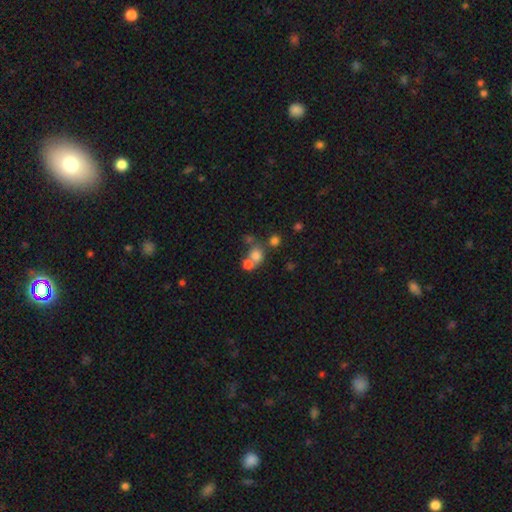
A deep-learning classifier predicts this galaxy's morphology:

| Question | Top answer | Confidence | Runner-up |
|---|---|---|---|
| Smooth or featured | smooth | 72% | star or artifact (15%) |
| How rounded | round | 72% | in between (27%) |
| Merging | merger | 47% | none (40%) |